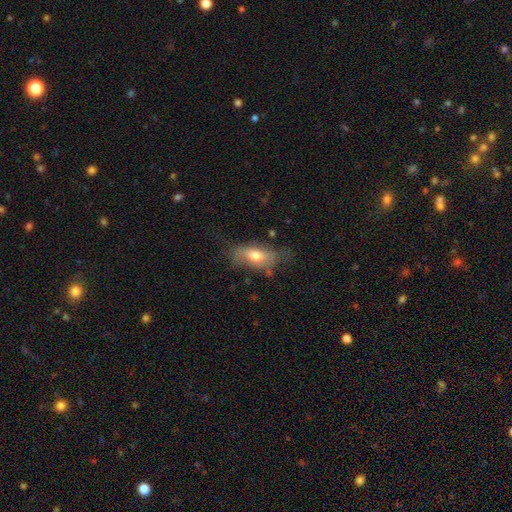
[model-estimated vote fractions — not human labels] Morphology: type=smooth (63%); roundness=in between (80%); merging=none (59%).